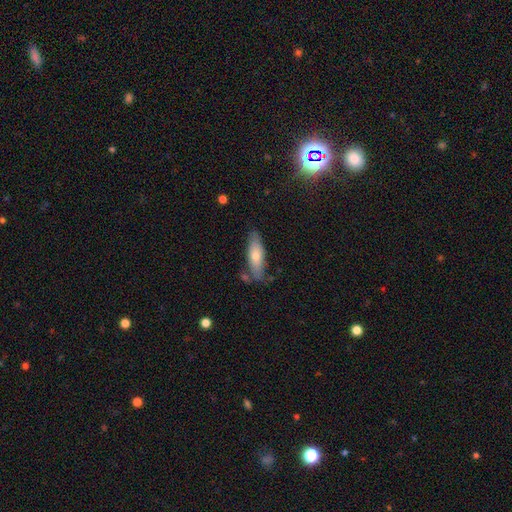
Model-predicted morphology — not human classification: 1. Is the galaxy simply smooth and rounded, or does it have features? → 67% smooth, 27% featured or disk, 6% star or artifact.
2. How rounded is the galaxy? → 53% in between, 45% cigar-shaped, 2% round.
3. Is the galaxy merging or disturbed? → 73% none, 18% minor disturbance, 6% merger, 4% major disturbance.